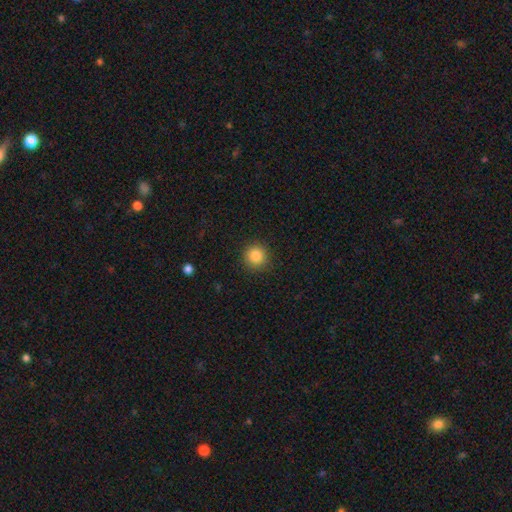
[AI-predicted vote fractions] Morphology: type=smooth (86%); roundness=round (93%); merging=none (90%).